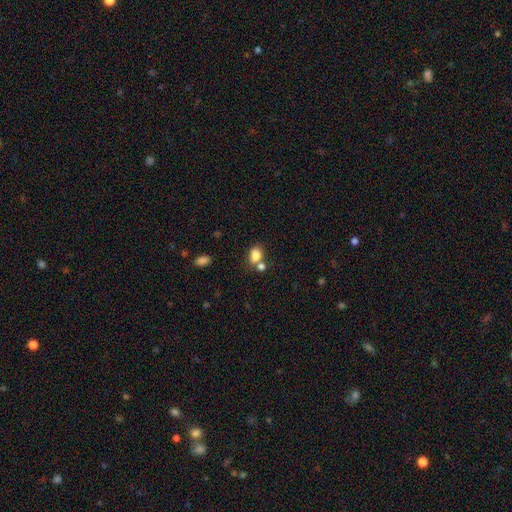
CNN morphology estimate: type=smooth (82%); roundness=in between (70%); merging=none (50%).